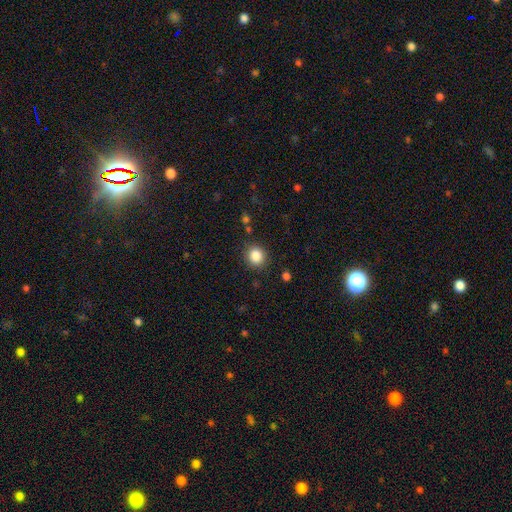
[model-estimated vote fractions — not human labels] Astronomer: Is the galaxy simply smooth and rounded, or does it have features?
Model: smooth — 86%.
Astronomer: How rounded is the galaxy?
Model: round — 87%.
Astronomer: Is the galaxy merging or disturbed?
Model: none — 87%.